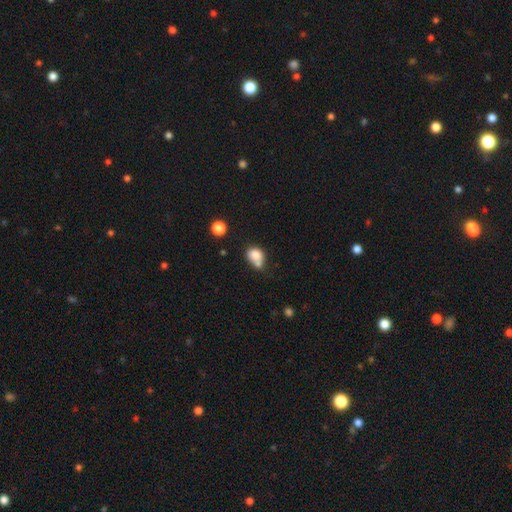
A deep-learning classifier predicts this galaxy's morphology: Q: Smooth or featured?
A: smooth (77%); runner-up: featured or disk (12%)
Q: How rounded?
A: round (50%); runner-up: in between (49%)
Q: Merging?
A: merger (44%); runner-up: none (33%)